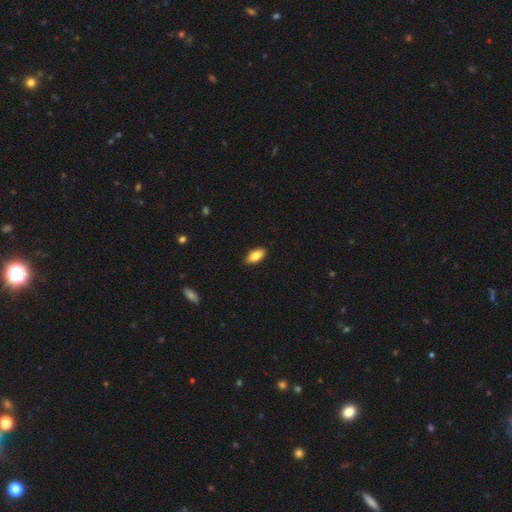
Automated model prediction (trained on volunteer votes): Morphology: type=smooth (84%); roundness=in between (90%); merging=none (86%).